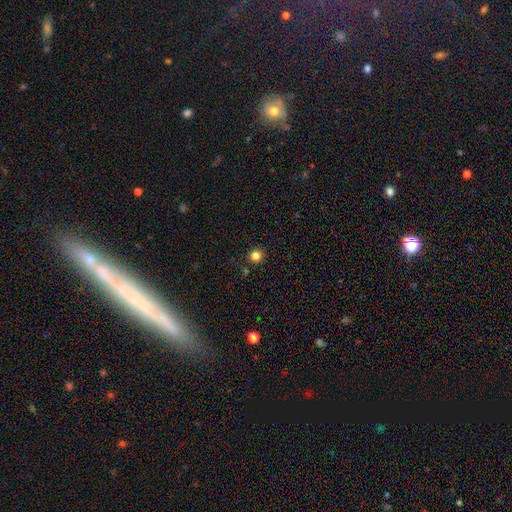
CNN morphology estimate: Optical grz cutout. It shows a smooth galaxy with no disk features (82%) that is round (95%). Merging: none (90%).